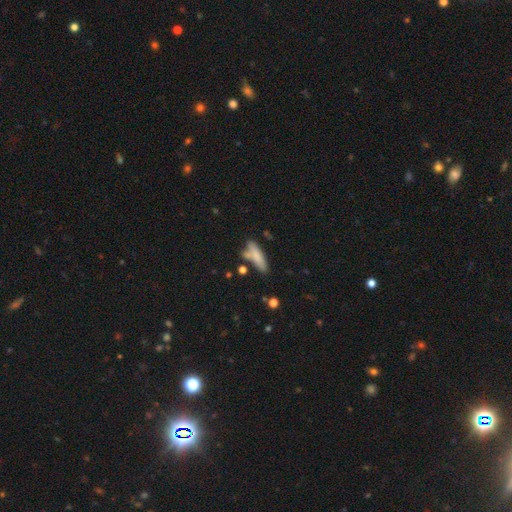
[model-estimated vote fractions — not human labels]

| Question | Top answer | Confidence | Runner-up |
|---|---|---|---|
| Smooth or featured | smooth | 77% | featured or disk (15%) |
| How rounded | cigar-shaped | 57% | in between (41%) |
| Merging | none | 57% | minor disturbance (22%) |